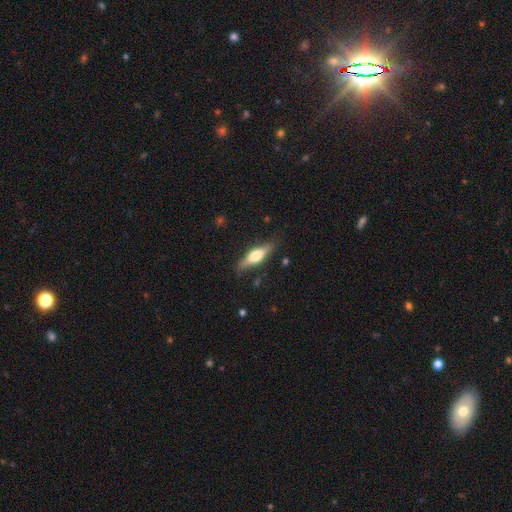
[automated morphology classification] A featured or disk galaxy (48%). Merging: none (81%).